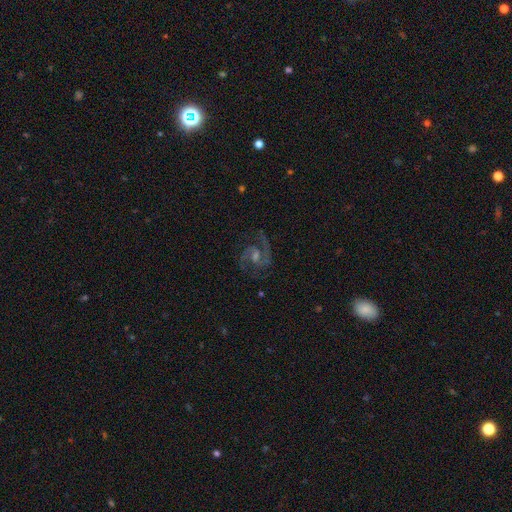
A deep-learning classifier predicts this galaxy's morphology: Smooth or featured? featured or disk (89%)
Edge-on disk? no (98%)
Bar? weak (49%)
Spiral arms? yes (98%)
Spiral winding? medium (64%)
Spiral arm count? 2 (89%)
Bulge size? moderate (46%)
Merging? none (79%)